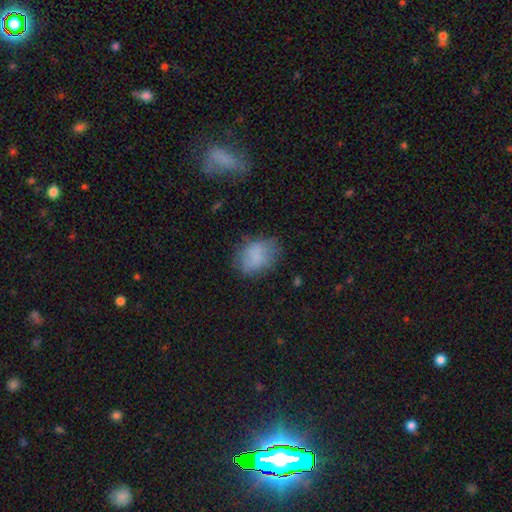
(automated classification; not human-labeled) smooth_or_featured: smooth (p=0.77) [alt: featured or disk p=0.14]
how_rounded: in between (p=0.71) [alt: round p=0.28]
merging: none (p=0.58) [alt: minor disturbance p=0.27]